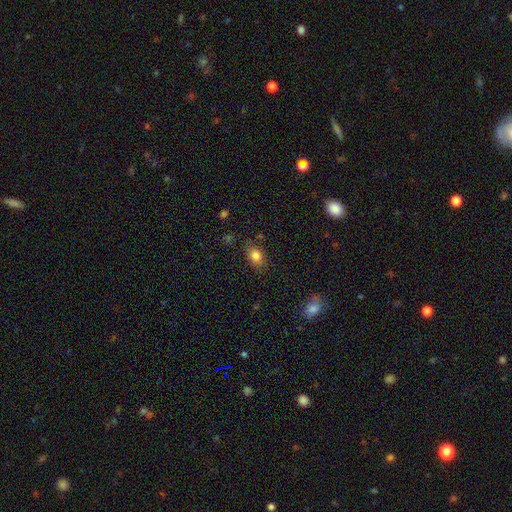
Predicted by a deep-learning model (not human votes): Smooth or featured? smooth (83%)
How rounded? in between (70%)
Merging? none (79%)